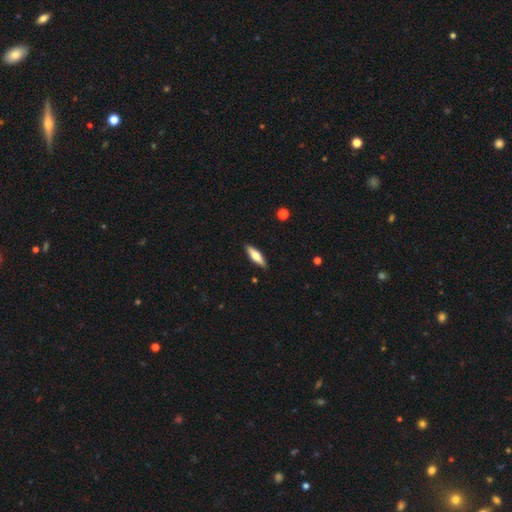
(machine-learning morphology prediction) The model was most divided on "smooth or featured": smooth: 53%, featured or disk: 41%, star or artifact: 6%. More confident: merging — none (90%); how rounded — cigar-shaped (64%).